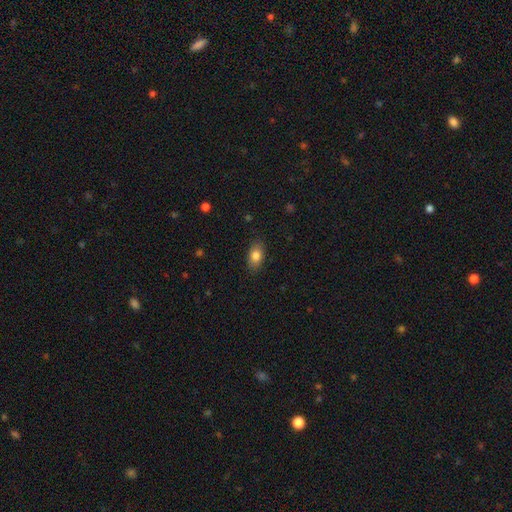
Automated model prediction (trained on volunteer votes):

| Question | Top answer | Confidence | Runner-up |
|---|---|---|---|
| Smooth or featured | smooth | 82% | featured or disk (10%) |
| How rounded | in between | 87% | round (9%) |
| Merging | none | 86% | minor disturbance (10%) |